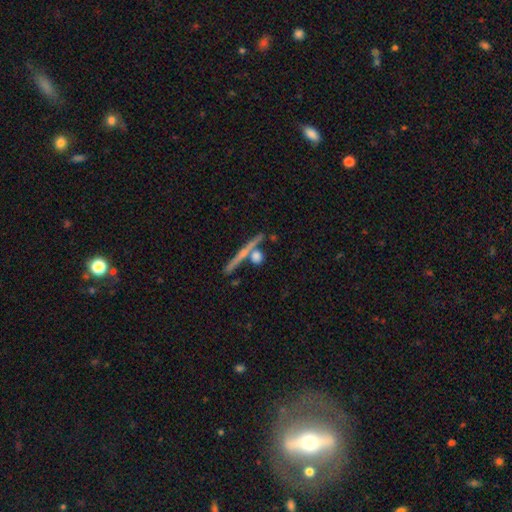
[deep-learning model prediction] smooth_or_featured: smooth (p=0.59) [alt: featured or disk p=0.30]
how_rounded: round (p=0.50) [alt: cigar-shaped p=0.35]
merging: none (p=0.64) [alt: merger p=0.21]